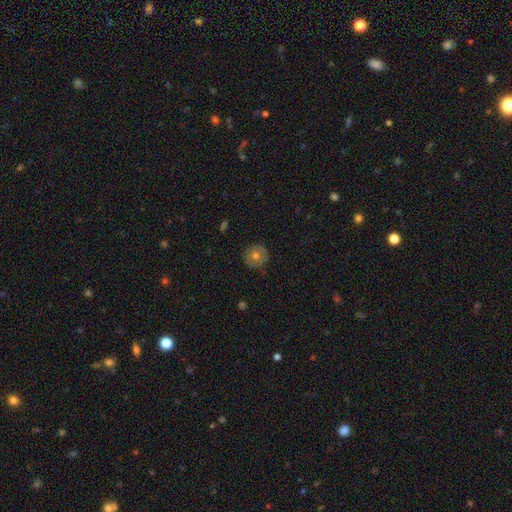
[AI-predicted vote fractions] Q: Smooth or featured?
A: smooth (65%); runner-up: featured or disk (25%)
Q: How rounded?
A: round (94%); runner-up: in between (5%)
Q: Merging?
A: none (88%); runner-up: minor disturbance (9%)